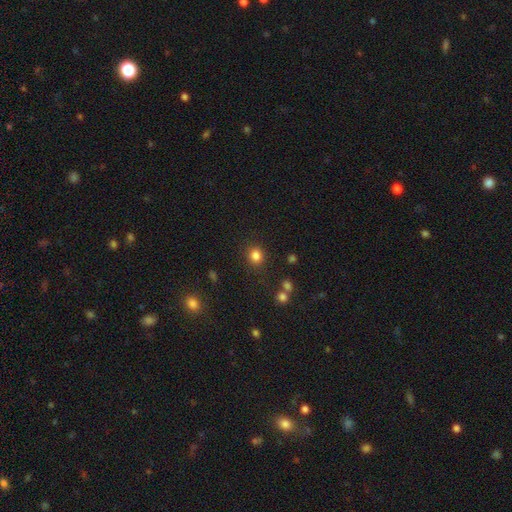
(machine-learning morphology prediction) Smooth or featured? Predicted: smooth (p=0.83). How rounded? Predicted: round (p=0.83). Merging? Predicted: none (p=0.86).